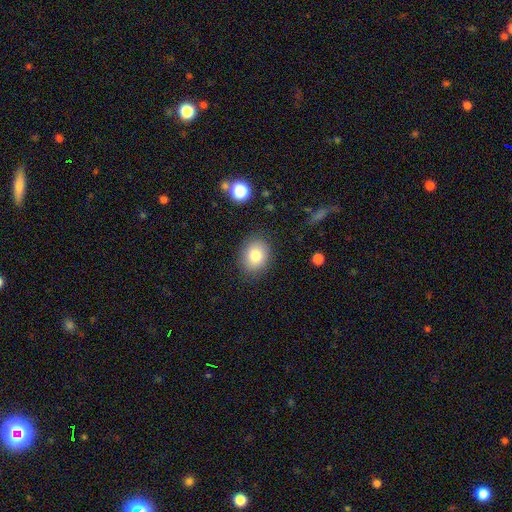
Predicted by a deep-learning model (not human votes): The model was most divided on "how rounded": round: 51%, in between: 48%, cigar-shaped: 1%. More confident: merging — none (85%); smooth or featured — smooth (81%).